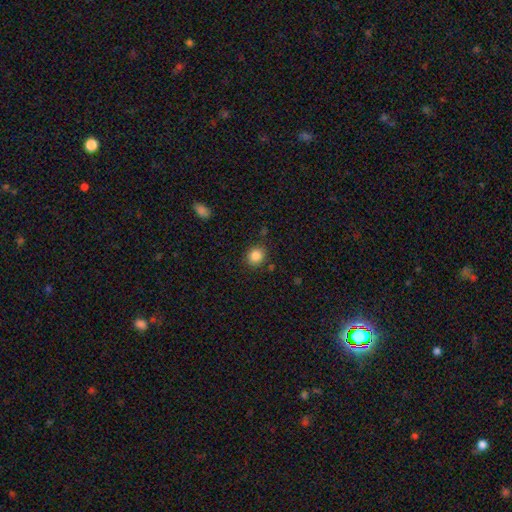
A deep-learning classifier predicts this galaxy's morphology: smooth_or_featured: smooth (p=0.85) [alt: star or artifact p=0.10]
how_rounded: round (p=0.74) [alt: in between p=0.25]
merging: none (p=0.84) [alt: minor disturbance p=0.10]